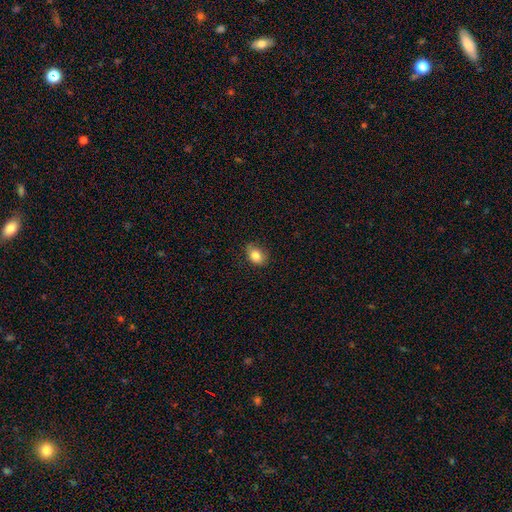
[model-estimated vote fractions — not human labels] Smooth or featured: smooth — 83% (star or artifact — 9%)
How rounded: in between — 70% (round — 29%)
Merging: none — 74% (minor disturbance — 21%)